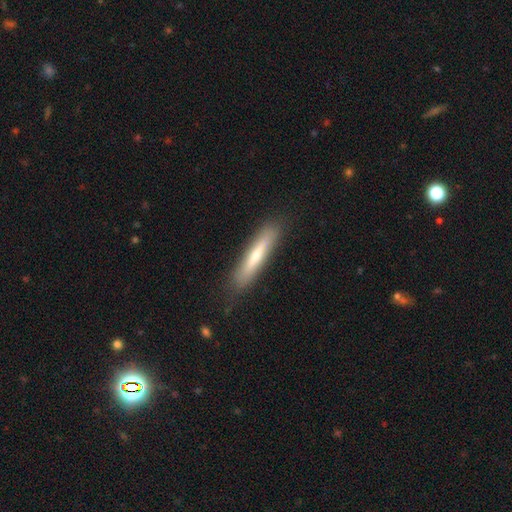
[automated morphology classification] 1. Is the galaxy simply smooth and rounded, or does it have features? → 52% smooth, 39% featured or disk, 9% star or artifact.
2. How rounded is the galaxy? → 90% cigar-shaped, 9% in between, 1% round.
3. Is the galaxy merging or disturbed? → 83% none, 13% minor disturbance, 3% major disturbance, 1% merger.